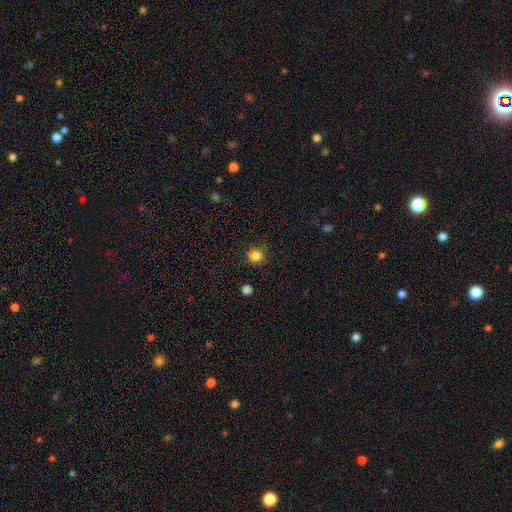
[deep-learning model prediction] Smooth or featured?
  - smooth: 85% *
  - star or artifact: 12%
  - featured or disk: 3%
How rounded?
  - round: 91% *
  - in between: 8%
  - cigar-shaped: 1%
Merging?
  - none: 86% *
  - minor disturbance: 9%
  - major disturbance: 3%
  - merger: 2%